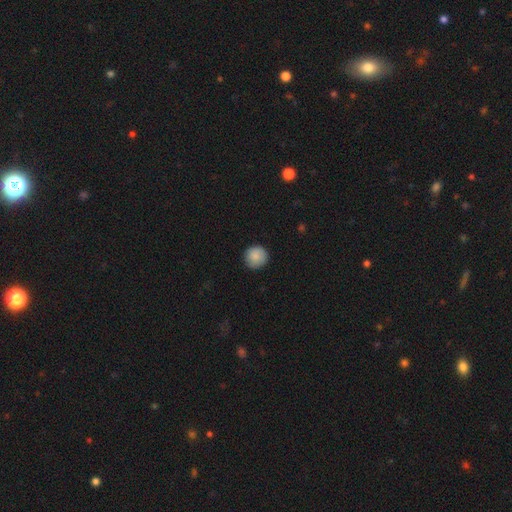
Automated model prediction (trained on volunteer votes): smooth 88%, star or artifact 7%, featured or disk 5%. Down the decision tree: how rounded — round (94%); merging — none (88%).